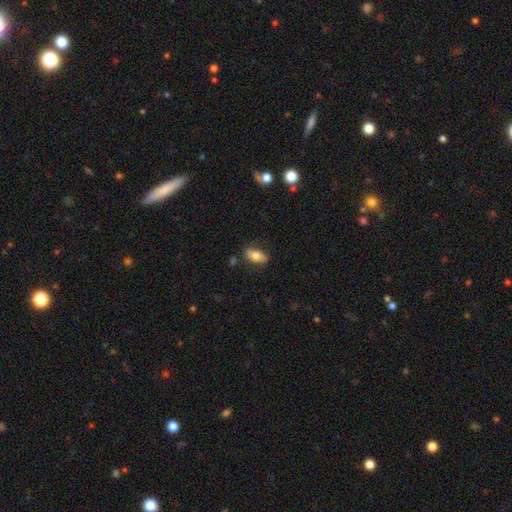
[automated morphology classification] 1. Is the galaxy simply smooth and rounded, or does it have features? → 76% smooth, 17% featured or disk, 7% star or artifact.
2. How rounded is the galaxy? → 89% in between, 8% cigar-shaped, 4% round.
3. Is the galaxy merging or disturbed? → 82% none, 13% minor disturbance, 3% major disturbance, 2% merger.